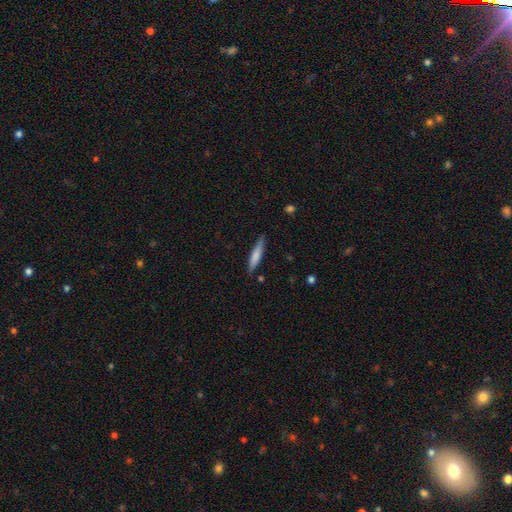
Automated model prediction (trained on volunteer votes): This appears to be a smooth galaxy with no disk features (68%) that is cigar-shaped (89%). Merging: none (85%).